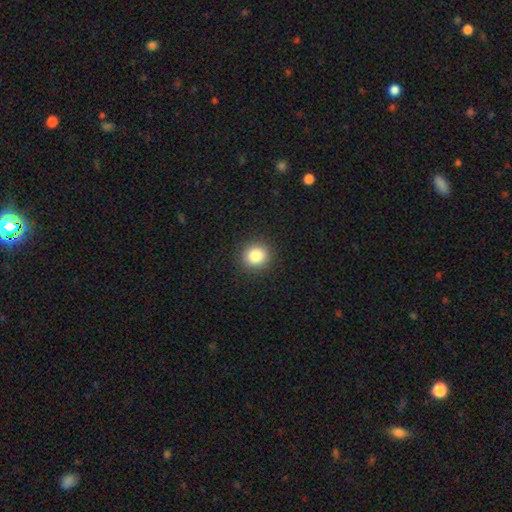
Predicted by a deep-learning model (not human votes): Smooth or featured: smooth — 84% (star or artifact — 11%)
How rounded: round — 87% (in between — 12%)
Merging: none — 92% (minor disturbance — 6%)